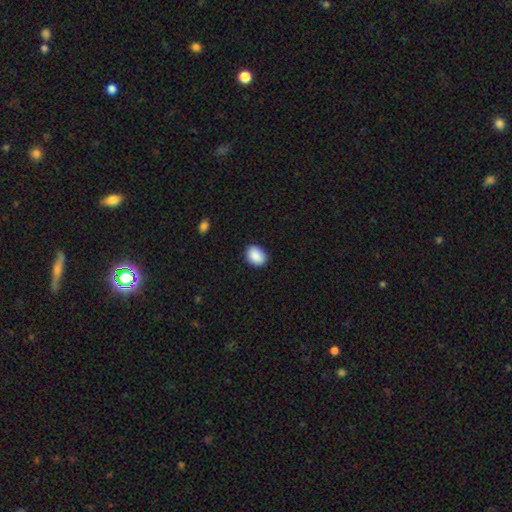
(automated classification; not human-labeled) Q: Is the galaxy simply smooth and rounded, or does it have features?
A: smooth — 90%.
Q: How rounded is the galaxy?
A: in between — 64%.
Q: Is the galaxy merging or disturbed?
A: none — 86%.